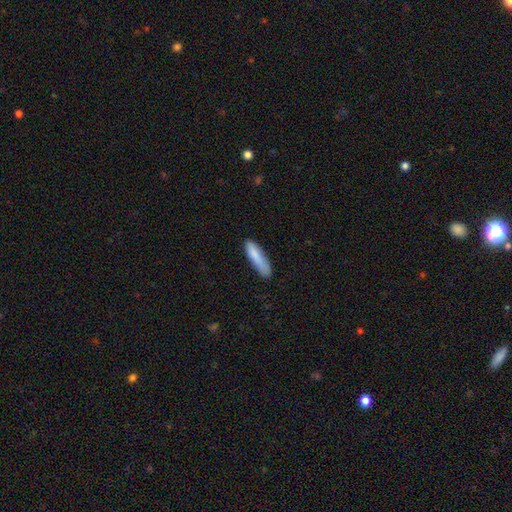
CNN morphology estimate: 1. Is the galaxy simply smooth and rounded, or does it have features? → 85% smooth, 9% featured or disk, 6% star or artifact.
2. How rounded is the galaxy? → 72% cigar-shaped, 27% in between, 1% round.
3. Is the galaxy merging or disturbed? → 70% none, 23% minor disturbance, 5% major disturbance, 2% merger.